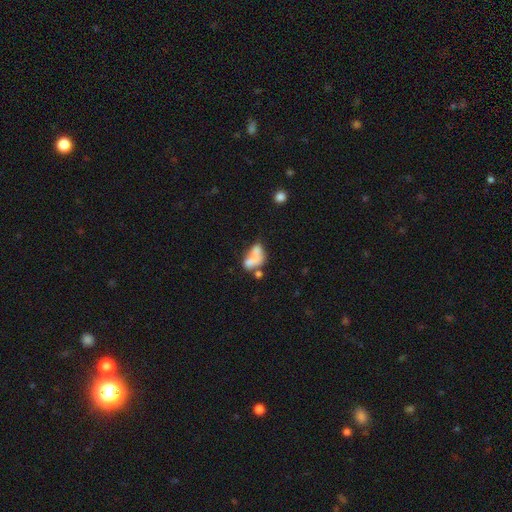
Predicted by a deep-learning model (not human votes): Q: Smooth or featured?
A: smooth (61%); runner-up: featured or disk (28%)
Q: How rounded?
A: in between (85%); runner-up: round (11%)
Q: Merging?
A: merger (46%); runner-up: none (21%)